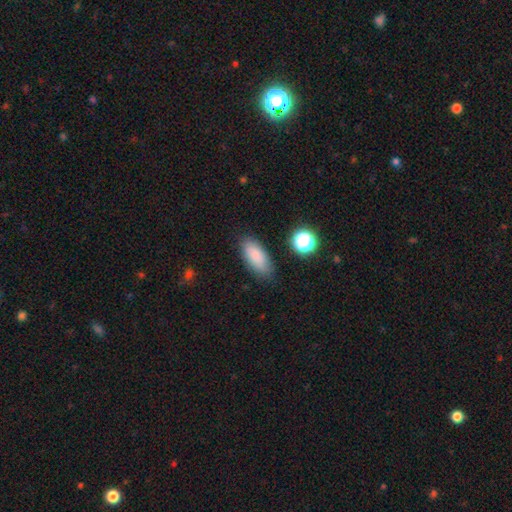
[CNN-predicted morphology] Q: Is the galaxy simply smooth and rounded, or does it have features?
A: smooth — 83%.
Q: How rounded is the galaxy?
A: in between — 86%.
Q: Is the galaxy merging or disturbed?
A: none — 81%.